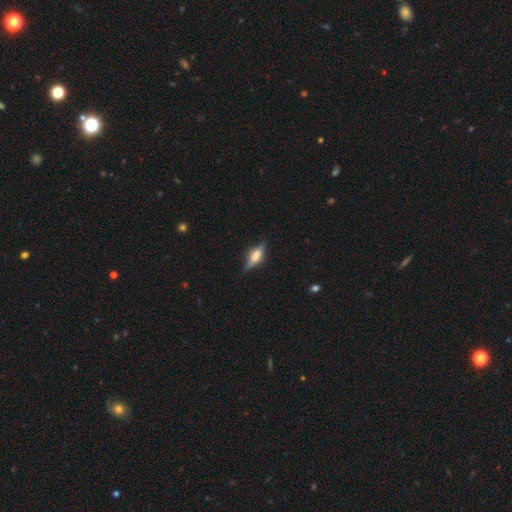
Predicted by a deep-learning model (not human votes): smooth-or-featured: featured or disk: 54% | smooth: 38% | star or artifact: 8%
  disk-edge-on: yes: 93% | no: 7%
    edge-on-bulge: rounded: 74% | boxy: 23% | none: 4%
  merging: none: 79% | minor disturbance: 16% | major disturbance: 4% | merger: 1%